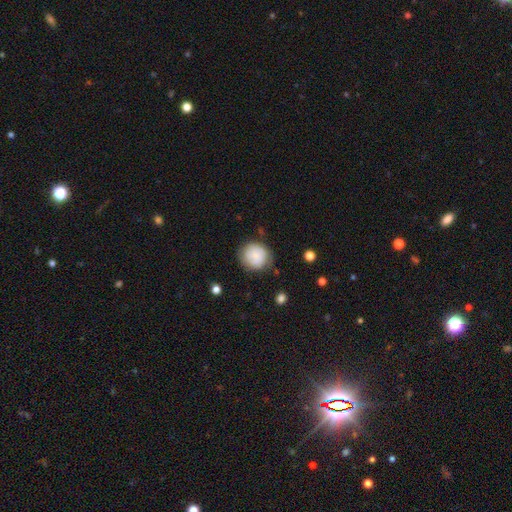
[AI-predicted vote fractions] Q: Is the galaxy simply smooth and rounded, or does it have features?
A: smooth — 77%.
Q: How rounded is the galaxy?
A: round — 86%.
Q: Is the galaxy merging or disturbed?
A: none — 72%.